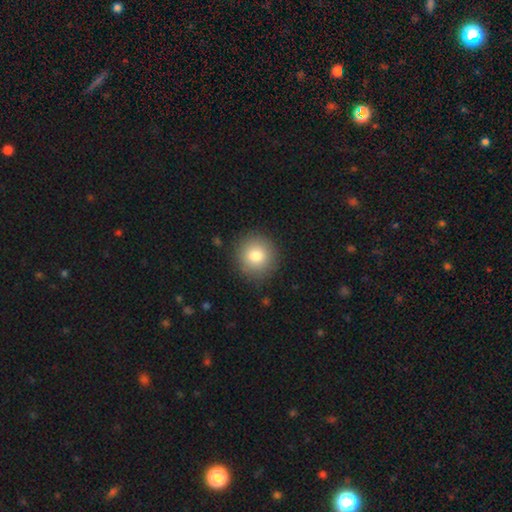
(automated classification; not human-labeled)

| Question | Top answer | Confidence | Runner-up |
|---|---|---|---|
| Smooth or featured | smooth | 81% | featured or disk (9%) |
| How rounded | round | 93% | in between (6%) |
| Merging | none | 89% | minor disturbance (7%) |